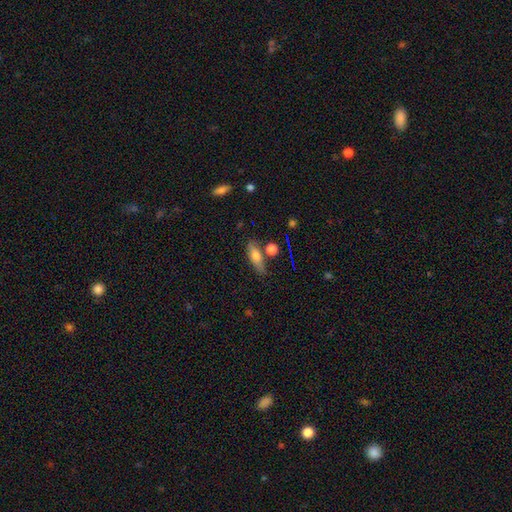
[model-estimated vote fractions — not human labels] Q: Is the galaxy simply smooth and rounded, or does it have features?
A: smooth — 68%.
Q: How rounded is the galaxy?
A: in between — 53%.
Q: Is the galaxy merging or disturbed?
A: none — 65%.